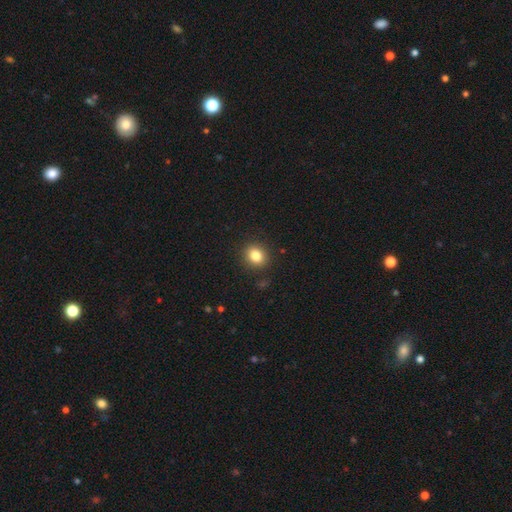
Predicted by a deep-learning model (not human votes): The model was most divided on "how rounded": round: 71%, in between: 29%, cigar-shaped: 1%. More confident: merging — none (89%); smooth or featured — smooth (82%).